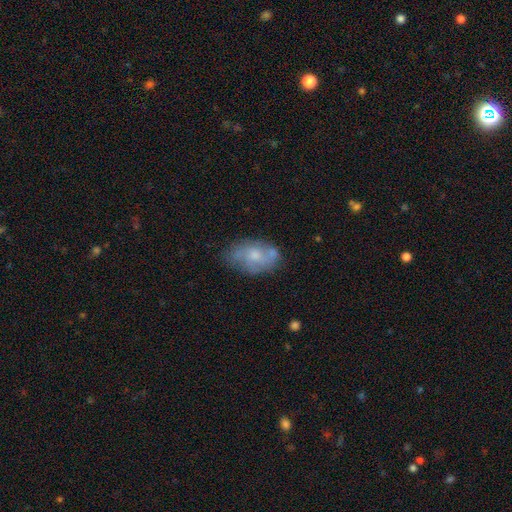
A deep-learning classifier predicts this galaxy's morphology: Smooth or featured? featured or disk (52%)
Edge-on disk? no (95%)
Merging? none (60%)